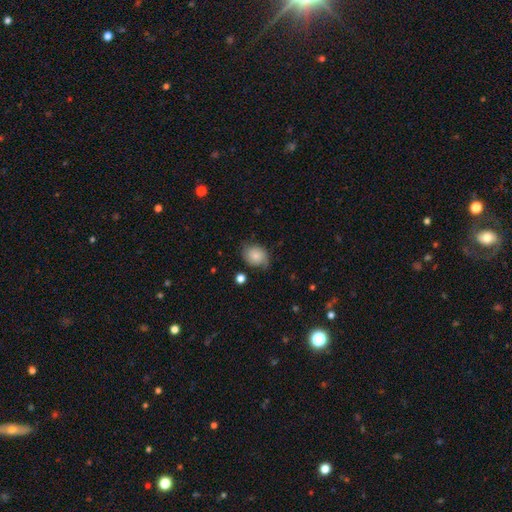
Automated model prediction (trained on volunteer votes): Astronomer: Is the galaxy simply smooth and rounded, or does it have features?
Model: smooth — 55% (runner-up: featured or disk, 36%).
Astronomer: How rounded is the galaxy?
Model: round — 50% (runner-up: in between, 49%).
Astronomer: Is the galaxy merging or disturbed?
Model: none — 62%.